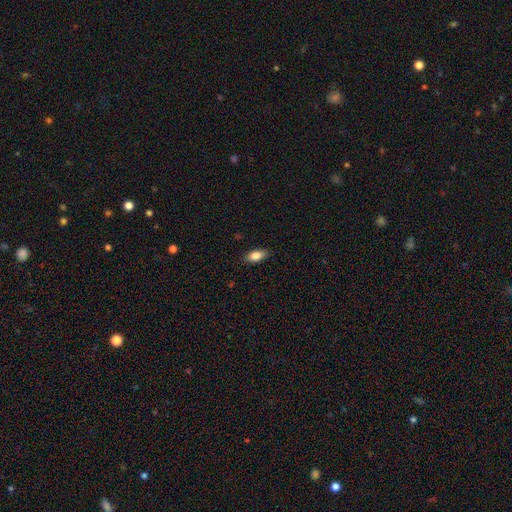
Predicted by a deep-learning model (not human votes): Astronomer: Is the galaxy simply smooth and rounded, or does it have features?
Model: smooth — 85%.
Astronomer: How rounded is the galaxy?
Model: in between — 87%.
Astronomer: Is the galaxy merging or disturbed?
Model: none — 86%.